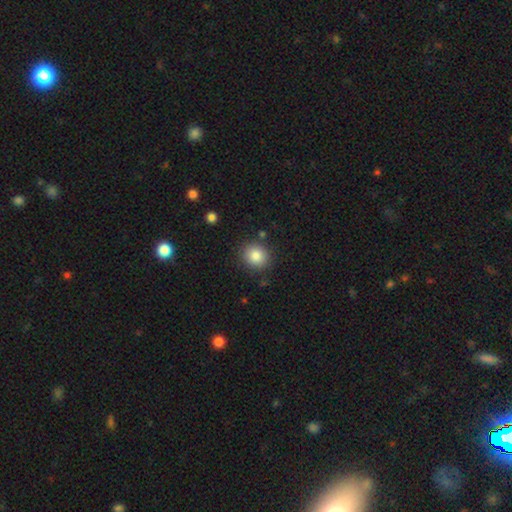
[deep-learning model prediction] Q: Smooth or featured?
A: smooth (85%); runner-up: star or artifact (9%)
Q: How rounded?
A: round (83%); runner-up: in between (16%)
Q: Merging?
A: none (86%); runner-up: minor disturbance (9%)